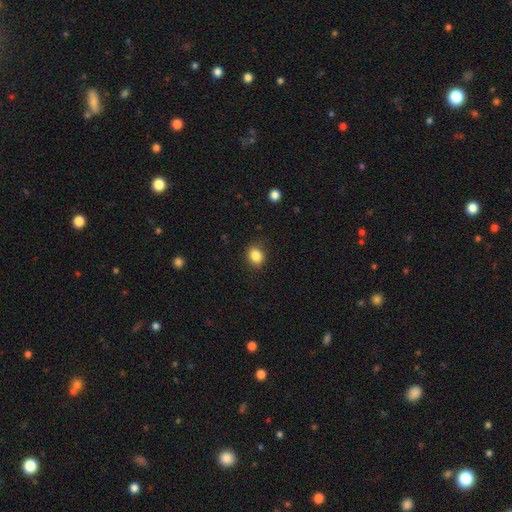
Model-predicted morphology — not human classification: Q: Smooth or featured?
A: smooth (85%); runner-up: star or artifact (10%)
Q: How rounded?
A: round (65%); runner-up: in between (34%)
Q: Merging?
A: none (87%); runner-up: minor disturbance (9%)